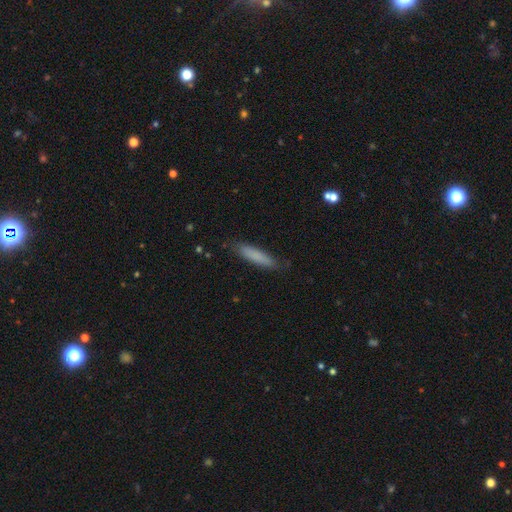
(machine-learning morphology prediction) The model was most divided on "how rounded": cigar-shaped: 83%, in between: 16%, round: 1%. More confident: merging — none (84%); smooth or featured — smooth (82%).